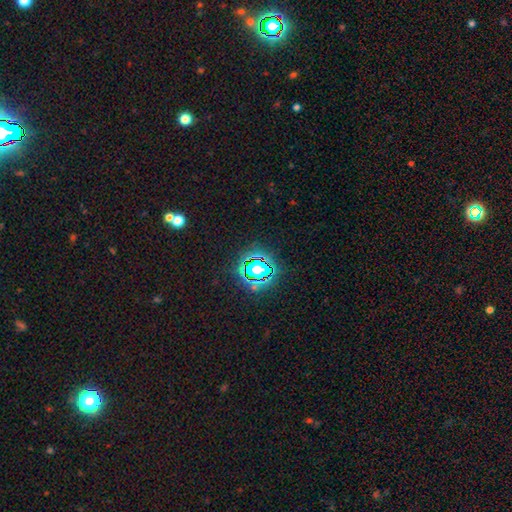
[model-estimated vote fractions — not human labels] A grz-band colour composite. It shows a star or artifact, not a galaxy (79%).